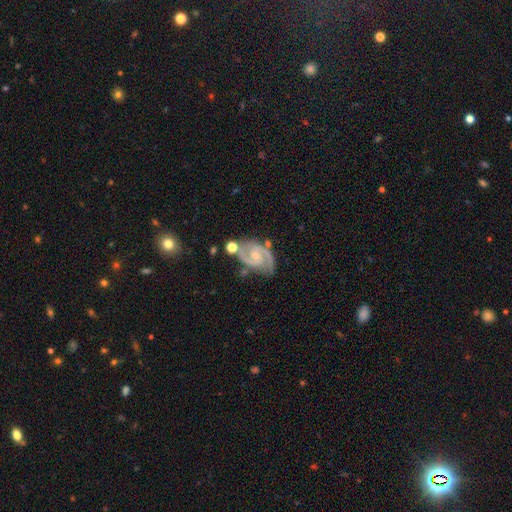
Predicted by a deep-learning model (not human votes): smooth_or_featured: featured or disk (p=0.91) [alt: star or artifact p=0.05]
disk_edge_on: no (p=0.98) [alt: yes p=0.02]
bar: no (p=0.47) [alt: weak p=0.42]
has_spiral_arms: yes (p=0.98) [alt: no p=0.02]
spiral_winding: medium (p=0.52) [alt: tight p=0.41]
spiral_arm_count: 2 (p=0.92) [alt: 3 p=0.03]
bulge_size: small (p=0.60) [alt: moderate p=0.32]
merging: none (p=0.70) [alt: minor disturbance p=0.17]